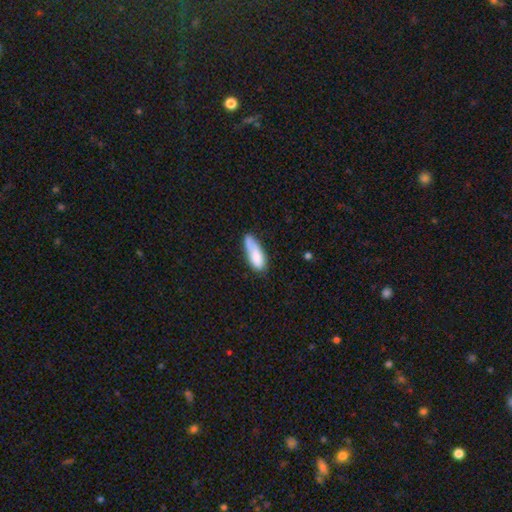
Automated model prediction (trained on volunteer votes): Overall: smooth (81%). How rounded: in between (60%; cigar-shaped 38%). Merging: none (47%; minor disturbance 34%).